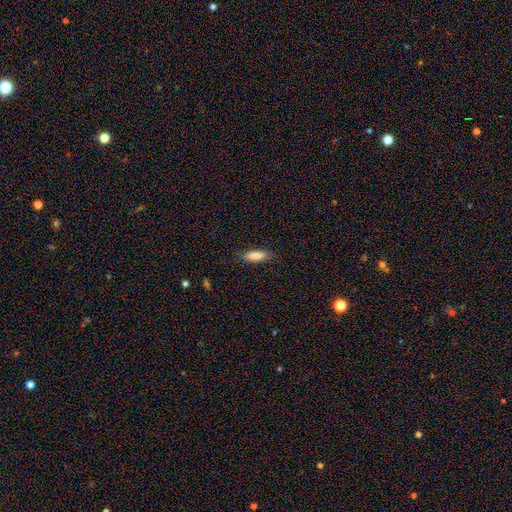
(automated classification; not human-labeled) smooth 83%, featured or disk 11%, star or artifact 6%. Down the decision tree: how rounded — cigar-shaped (51%); merging — none (85%).